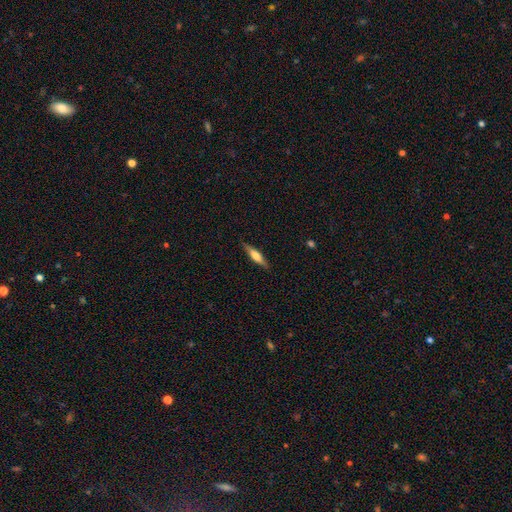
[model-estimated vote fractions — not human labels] This is possibly a featured or disk galaxy (49%). Merging: clearly none (87%).